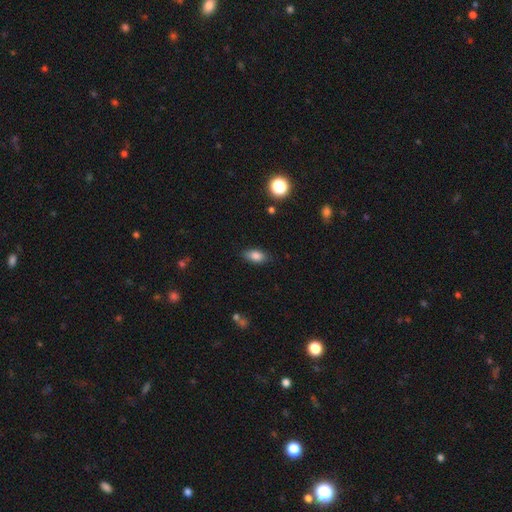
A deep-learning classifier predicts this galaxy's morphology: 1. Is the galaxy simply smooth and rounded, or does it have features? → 82% smooth, 9% star or artifact, 8% featured or disk.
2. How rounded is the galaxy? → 86% in between, 7% round, 7% cigar-shaped.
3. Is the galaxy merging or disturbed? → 83% none, 13% minor disturbance, 3% major disturbance, 1% merger.